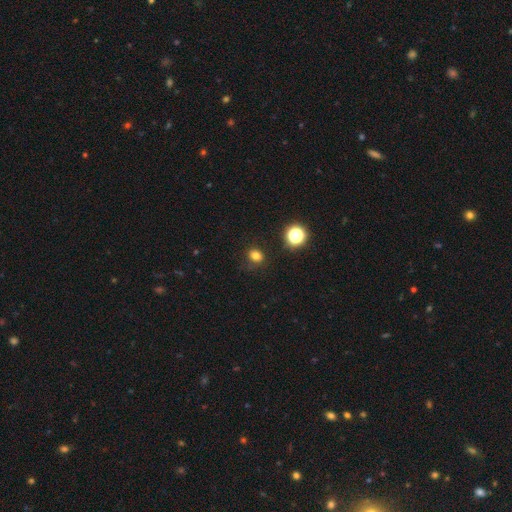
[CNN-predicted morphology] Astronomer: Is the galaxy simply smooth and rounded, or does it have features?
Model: smooth — 79%.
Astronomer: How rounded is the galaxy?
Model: round — 65%.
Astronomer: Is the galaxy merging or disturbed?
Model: none — 82%.